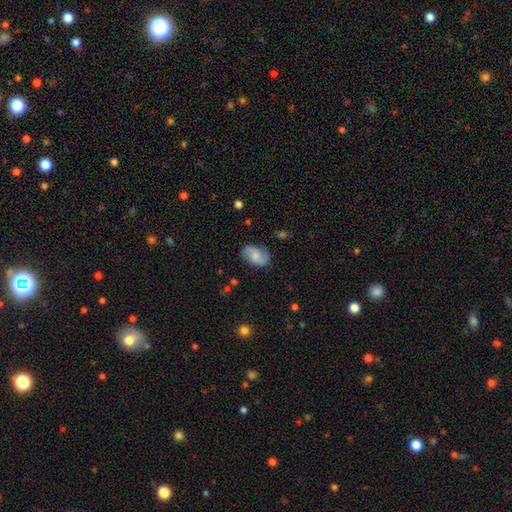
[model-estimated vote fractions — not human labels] This appears to be a featured or disk galaxy (46%, tied with smooth). Merging: none (79%).